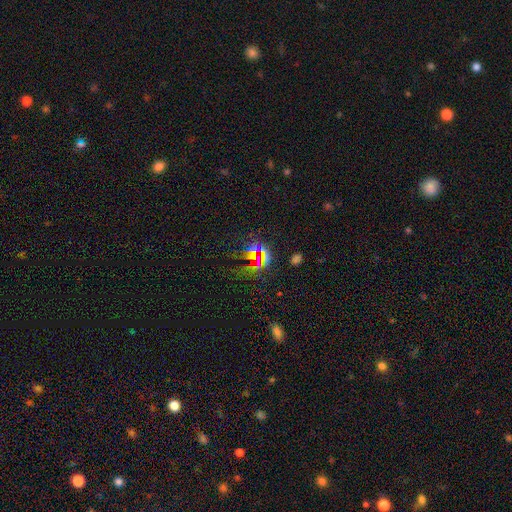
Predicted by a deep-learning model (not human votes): Overall: star or artifact (72%).